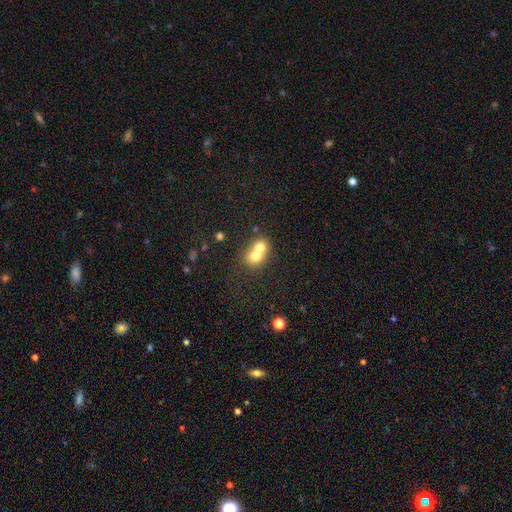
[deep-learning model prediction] Smooth or featured? smooth (70%)
How rounded? round (68%)
Merging? merger (73%)